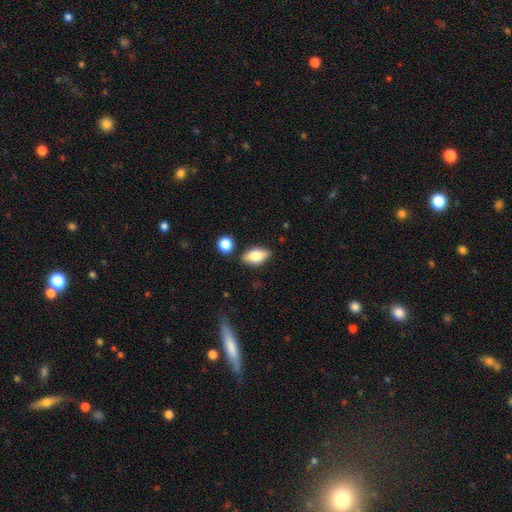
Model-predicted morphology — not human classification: This appears to be a smooth galaxy with no disk features (75%) that is in between round and cigar-shaped (88%). Merging: none (81%).